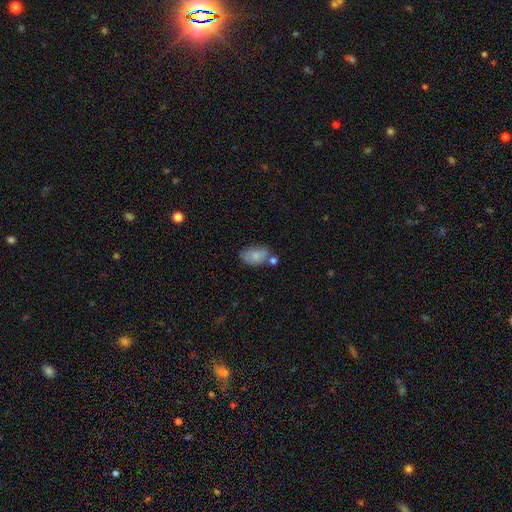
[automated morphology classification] Smooth or featured? Predicted: smooth (p=0.80). How rounded? Predicted: in between (p=0.90). Merging? Predicted: none (p=0.52).